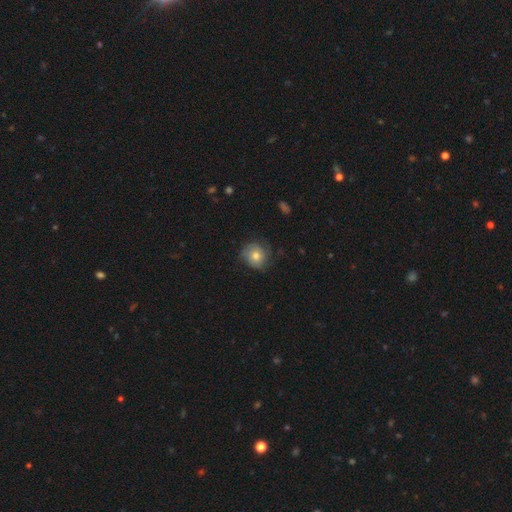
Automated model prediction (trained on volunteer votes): This is likely a smooth galaxy (60%). How rounded: clearly round (86%). Merging: likely none (68%).